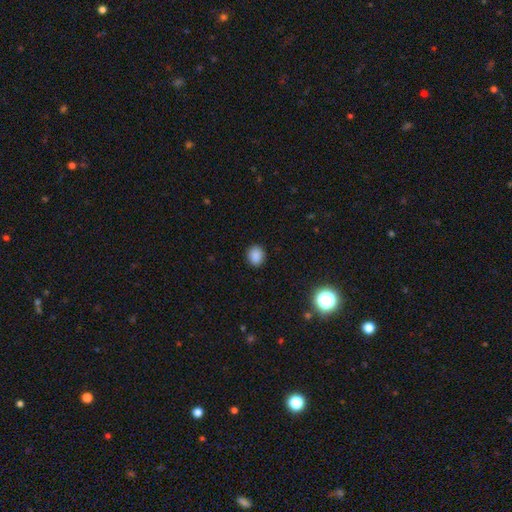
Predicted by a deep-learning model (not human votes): This appears to be a smooth galaxy with no disk features (87%) that is round (67%). Merging: none (90%).